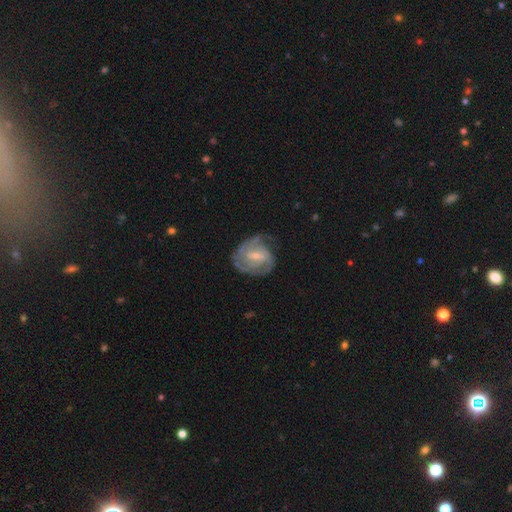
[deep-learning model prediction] Smooth or featured? Predicted: featured or disk (p=0.82). Edge-on disk? Predicted: no (p=0.98). Bar? Predicted: weak (p=0.57). Spiral arms? Predicted: yes (p=0.93). Spiral winding? Predicted: tight (p=0.51). Spiral arm count? Predicted: 2 (p=0.35). Bulge size? Predicted: small (p=0.61). Merging? Predicted: none (p=0.62).